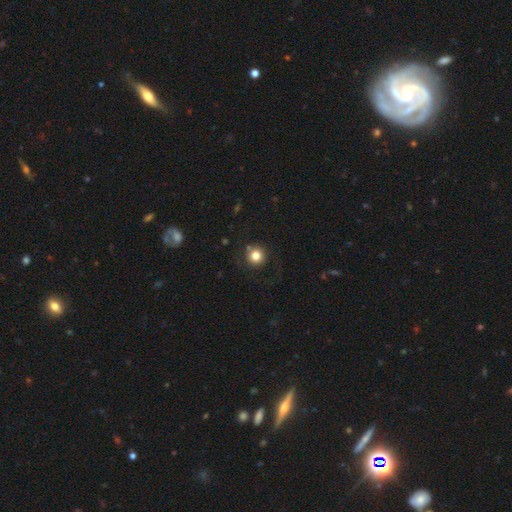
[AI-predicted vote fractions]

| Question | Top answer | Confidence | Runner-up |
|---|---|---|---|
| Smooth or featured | smooth | 81% | star or artifact (12%) |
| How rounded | round | 94% | in between (5%) |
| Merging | none | 83% | minor disturbance (10%) |